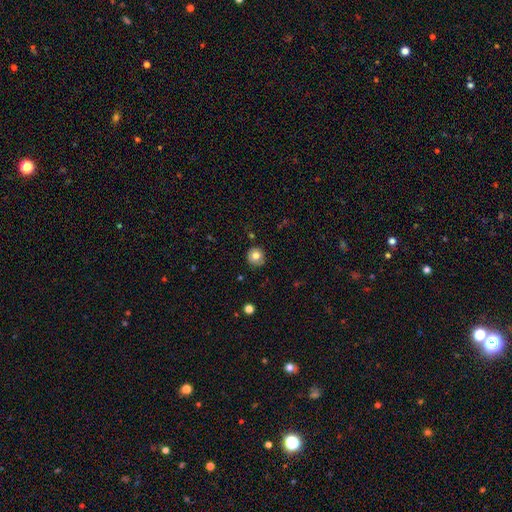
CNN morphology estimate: Q: Smooth or featured?
A: smooth (76%); runner-up: featured or disk (15%)
Q: How rounded?
A: round (90%); runner-up: in between (9%)
Q: Merging?
A: none (86%); runner-up: minor disturbance (11%)